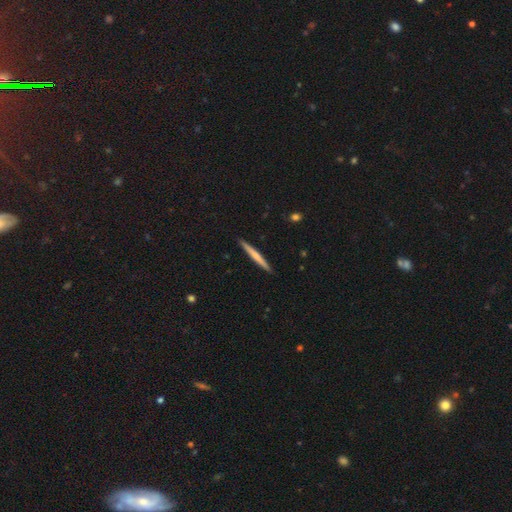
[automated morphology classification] A smooth galaxy with no disk features (57%) that is cigar-shaped (97%).

Vote fractions:
- Smooth or featured? smooth: 57% / featured or disk: 38% / star or artifact: 5%
- How rounded? cigar-shaped: 97% / in between: 2% / round: 1%
- Merging? none: 91% / minor disturbance: 6% / major disturbance: 1% / merger: 1%